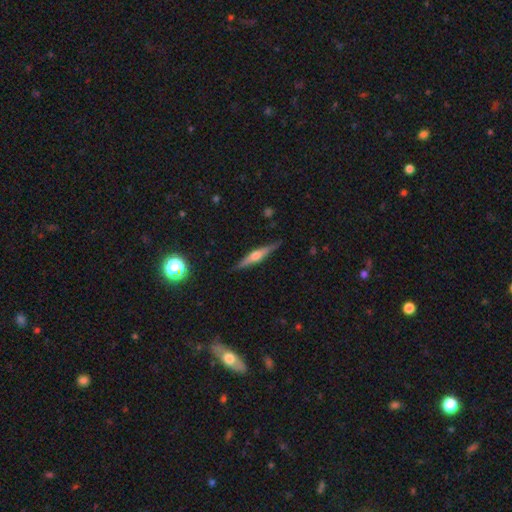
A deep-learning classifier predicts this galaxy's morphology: featured or disk 66%, smooth 27%, star or artifact 7%. Down the decision tree: edge-on disk — yes (97%); edge-on bulge — rounded (83%); merging — none (87%).